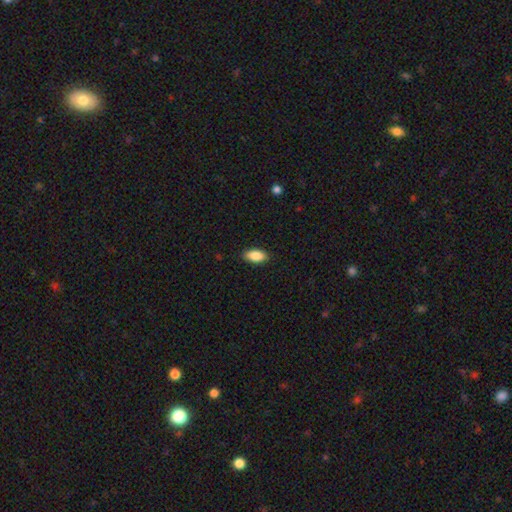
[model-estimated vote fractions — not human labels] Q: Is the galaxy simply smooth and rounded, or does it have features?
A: smooth — 87%.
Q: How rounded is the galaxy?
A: in between — 90%.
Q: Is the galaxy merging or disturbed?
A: none — 87%.